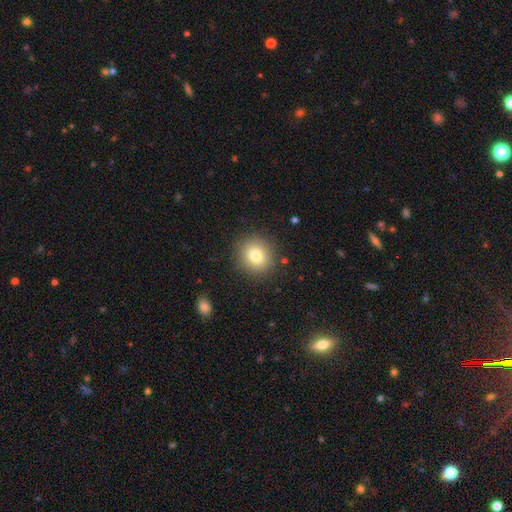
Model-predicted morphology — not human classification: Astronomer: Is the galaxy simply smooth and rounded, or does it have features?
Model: smooth — 79%.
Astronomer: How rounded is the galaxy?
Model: round — 87%.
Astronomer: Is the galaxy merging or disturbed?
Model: none — 88%.